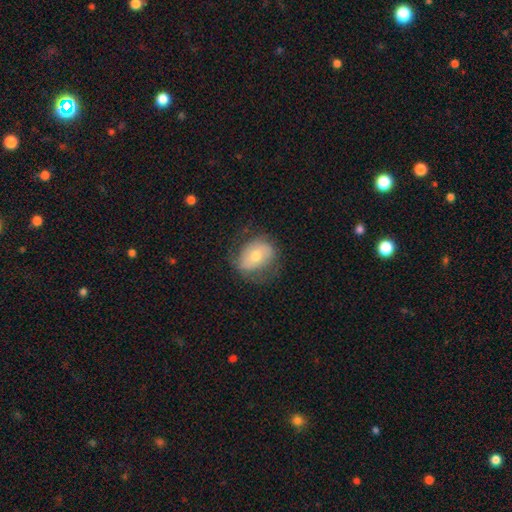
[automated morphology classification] This is possibly a smooth galaxy (52%). How rounded: possibly in between (57%). Merging: likely none (65%).